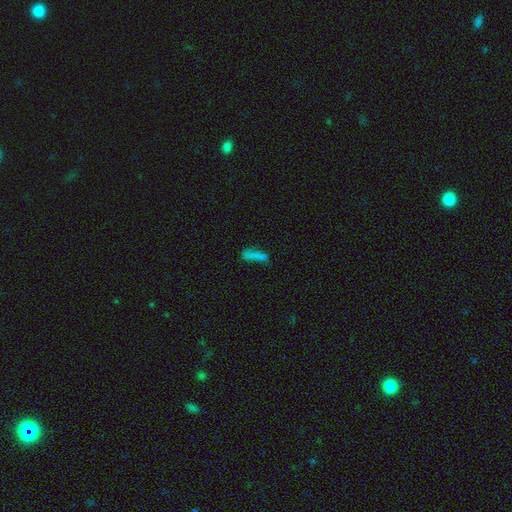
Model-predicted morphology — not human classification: This appears to be a smooth galaxy with no disk features (72%) that is cigar-shaped (68%). Merging: none (50%).